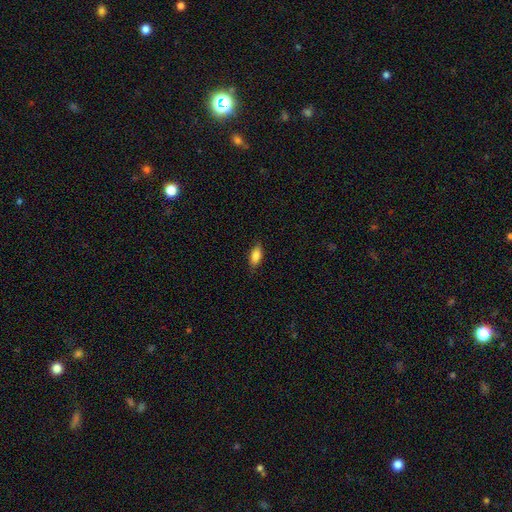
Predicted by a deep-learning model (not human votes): A smooth galaxy with no disk features (85%) that is in between round and cigar-shaped (85%).

Vote fractions:
- Smooth or featured? smooth: 85% / featured or disk: 8% / star or artifact: 7%
- How rounded? in between: 85% / cigar-shaped: 12% / round: 3%
- Merging? none: 83% / minor disturbance: 13% / major disturbance: 2% / merger: 1%